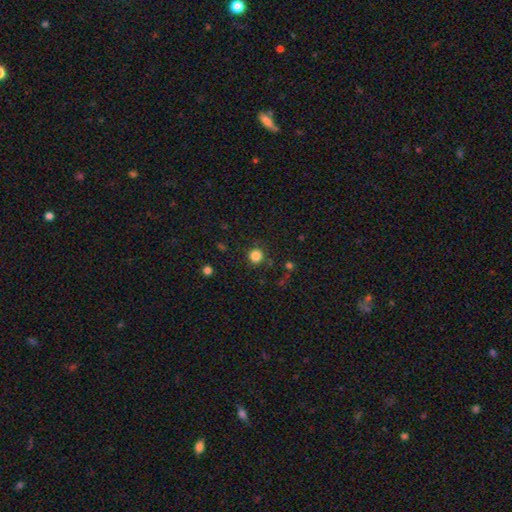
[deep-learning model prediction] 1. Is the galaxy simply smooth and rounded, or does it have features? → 84% smooth, 12% star or artifact, 4% featured or disk.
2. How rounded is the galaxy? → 92% round, 7% in between, 1% cigar-shaped.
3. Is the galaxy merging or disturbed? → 85% none, 9% minor disturbance, 3% major disturbance, 2% merger.